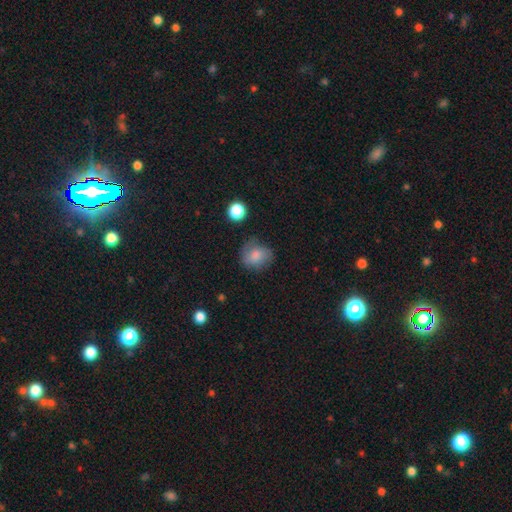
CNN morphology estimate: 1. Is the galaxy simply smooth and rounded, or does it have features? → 78% smooth, 12% featured or disk, 9% star or artifact.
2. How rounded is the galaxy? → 66% round, 33% in between, 1% cigar-shaped.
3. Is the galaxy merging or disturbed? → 65% none, 24% minor disturbance, 8% major disturbance, 3% merger.